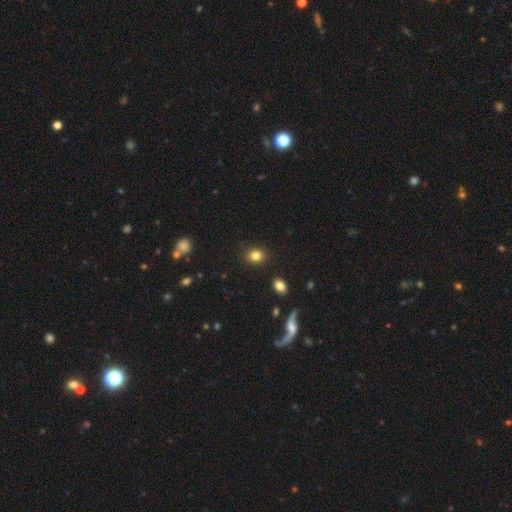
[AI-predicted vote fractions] Q: Smooth or featured?
A: smooth (83%); runner-up: star or artifact (11%)
Q: How rounded?
A: round (65%); runner-up: in between (34%)
Q: Merging?
A: none (89%); runner-up: minor disturbance (7%)